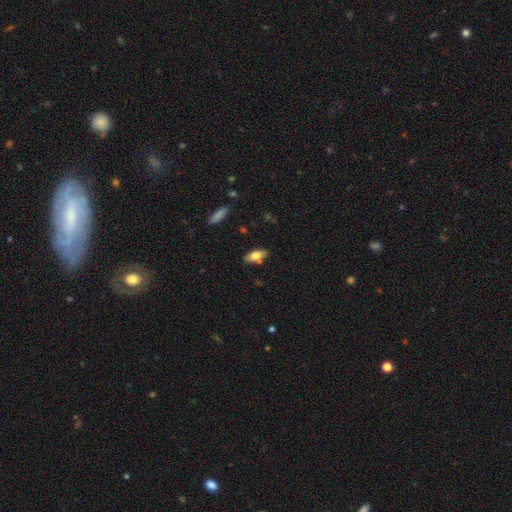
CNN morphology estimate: Smooth or featured? smooth (72%)
How rounded? in between (79%)
Merging? none (77%)